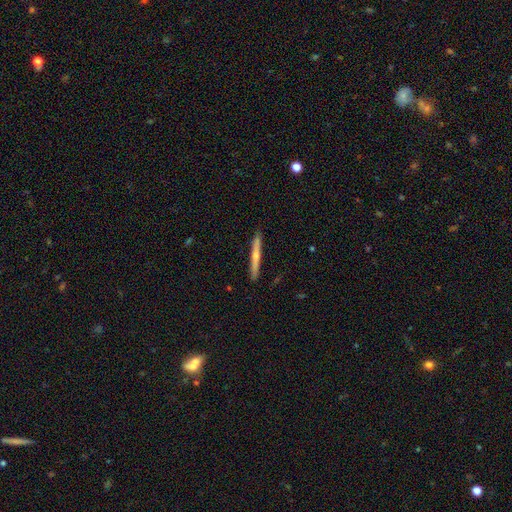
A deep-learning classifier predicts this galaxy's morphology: Smooth or featured: featured or disk — 47% (tied with smooth — 47%)
Merging: none — 90% (minor disturbance — 7%)